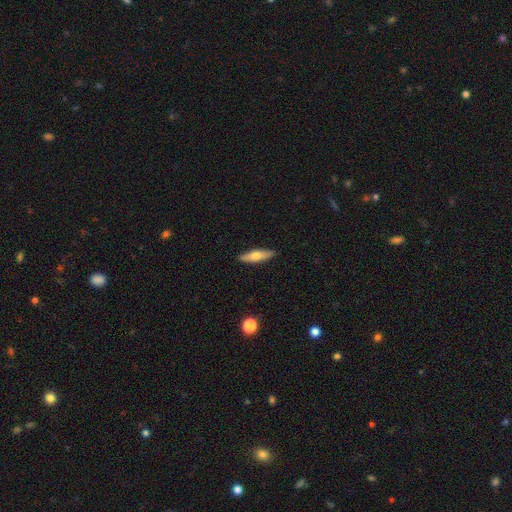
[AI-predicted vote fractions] Smooth or featured: smooth — 59% (featured or disk — 35%)
How rounded: cigar-shaped — 66% (in between — 32%)
Merging: none — 89% (minor disturbance — 8%)